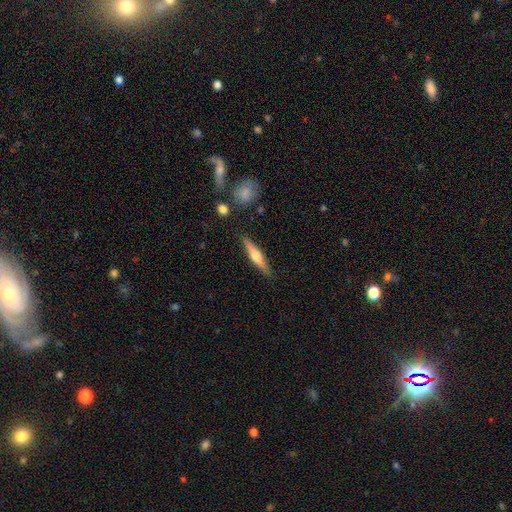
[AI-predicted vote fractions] Q: Smooth or featured?
A: featured or disk (54%); runner-up: smooth (40%)
Q: Edge-on disk?
A: yes (96%); runner-up: no (4%)
Q: Edge-on bulge?
A: rounded (87%); runner-up: boxy (7%)
Q: Merging?
A: none (87%); runner-up: minor disturbance (9%)